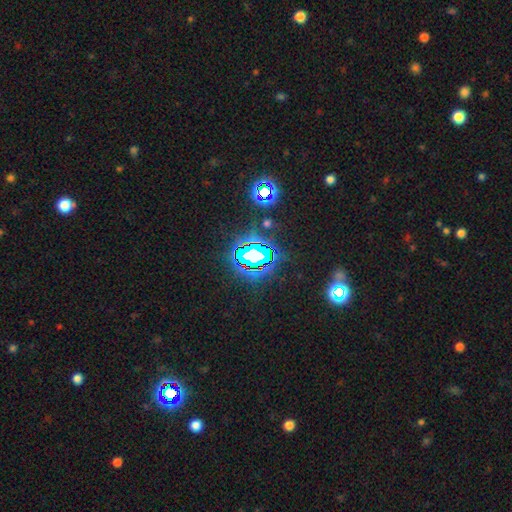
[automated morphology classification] The model was most divided on "smooth or featured": star or artifact: 71%, smooth: 16%, featured or disk: 14%.